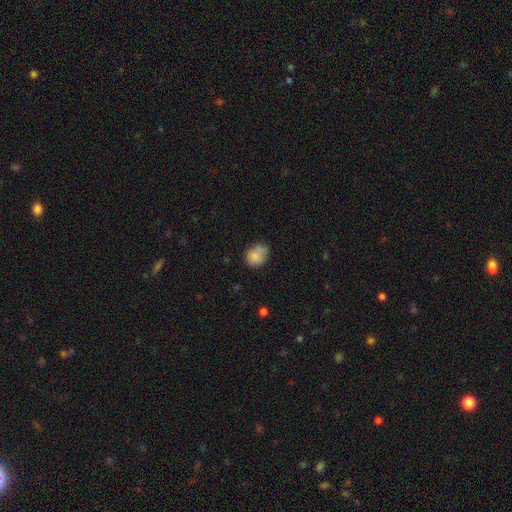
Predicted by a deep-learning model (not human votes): Smooth or featured? smooth (77%)
How rounded? round (59%)
Merging? none (48%)